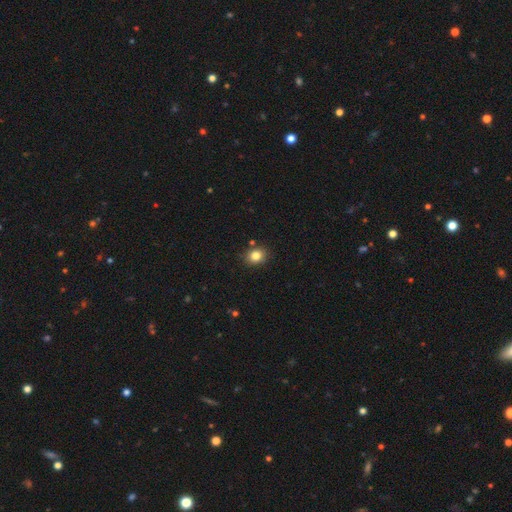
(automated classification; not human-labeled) This is clearly a smooth galaxy (83%). How rounded: likely round (60%). Merging: clearly none (84%).